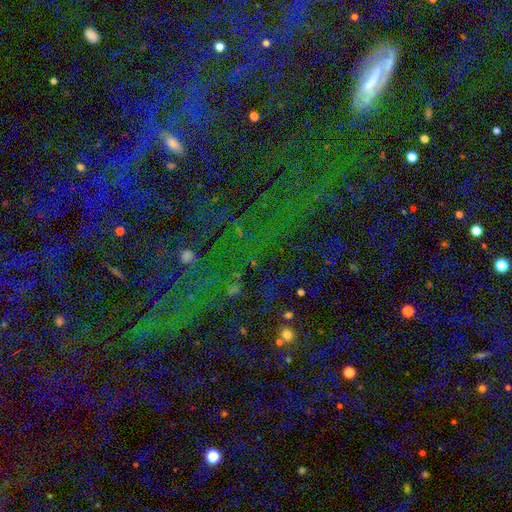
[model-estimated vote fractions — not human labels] star or artifact 78%, smooth 14%, featured or disk 9%.